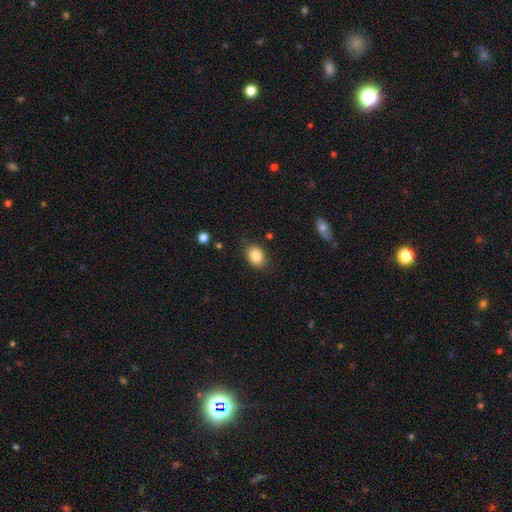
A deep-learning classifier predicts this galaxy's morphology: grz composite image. It shows a smooth galaxy with no disk features (86%) that is in between round and cigar-shaped (71%). Merging: none (79%).